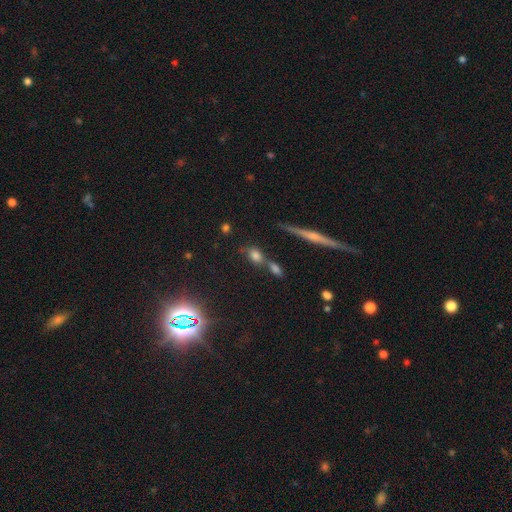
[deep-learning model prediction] smooth 67%, star or artifact 17%, featured or disk 16%. Down the decision tree: how rounded — in between (58%); merging — none (47%).